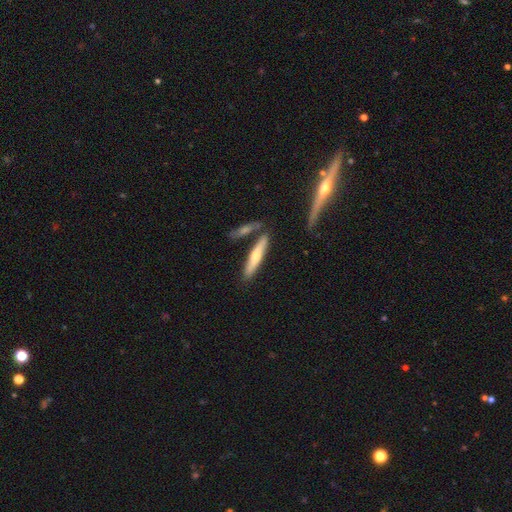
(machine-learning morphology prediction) Overall: smooth (48%; featured or disk 47%). Merging: none (73%).